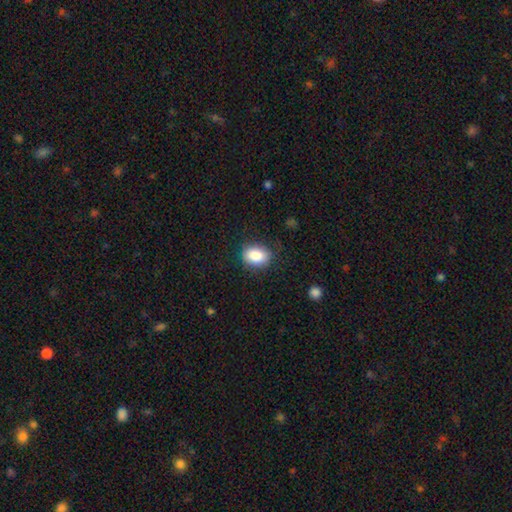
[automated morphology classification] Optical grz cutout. It shows a smooth galaxy with no disk features (86%) that is in between round and cigar-shaped (68%). Merging: none (79%).